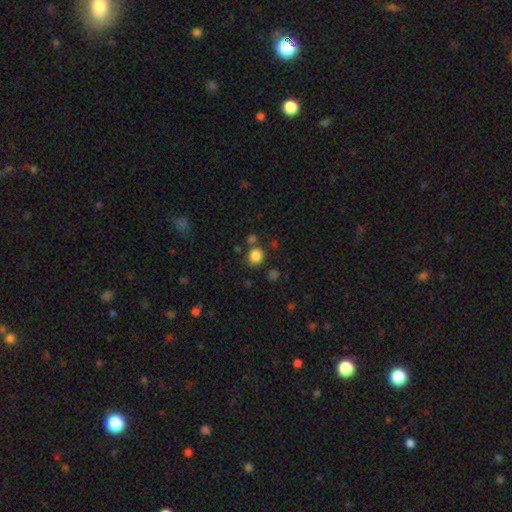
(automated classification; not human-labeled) Smooth or featured: smooth — 84% (star or artifact — 12%)
How rounded: round — 84% (in between — 15%)
Merging: none — 78% (merger — 10%)